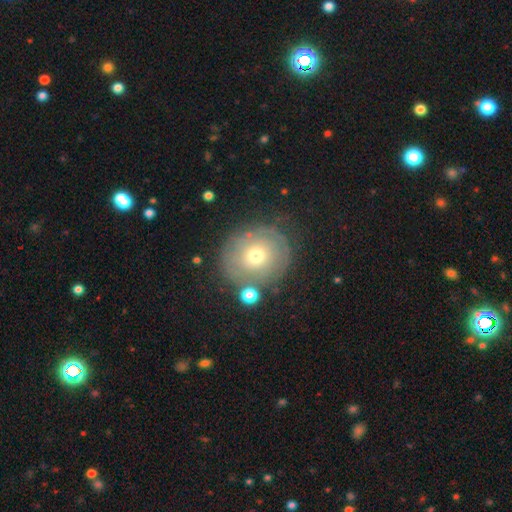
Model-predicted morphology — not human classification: This appears to be a smooth galaxy with no disk features (48%). Merging: none (73%).